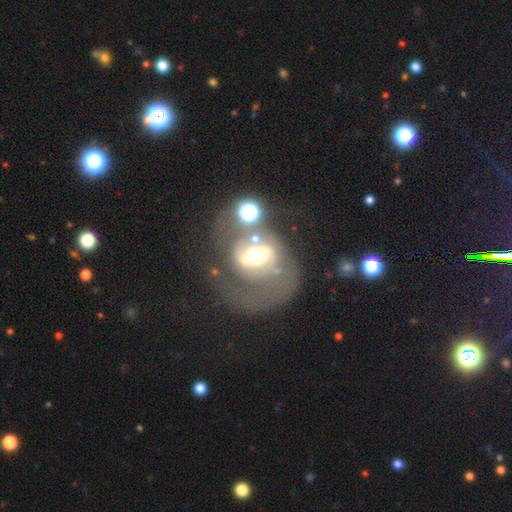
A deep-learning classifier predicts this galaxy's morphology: Smooth or featured? Predicted: featured or disk (p=0.68). Edge-on disk? Predicted: no (p=0.95). Bar? Predicted: weak (p=0.37). Spiral arms? Predicted: yes (p=0.67). Bulge size? Predicted: moderate (p=0.61). Merging? Predicted: major disturbance (p=0.34).